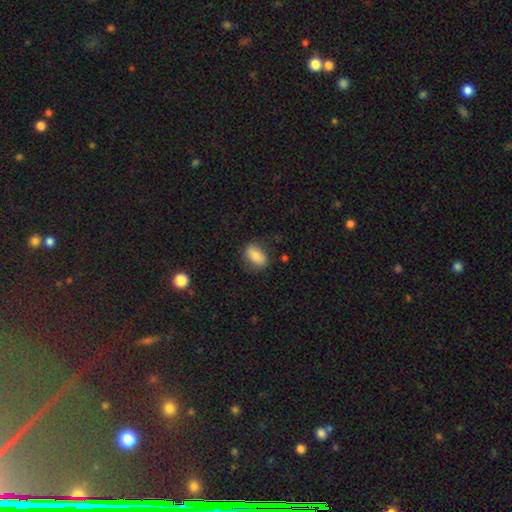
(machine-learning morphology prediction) A smooth galaxy with no disk features (76%) that is in between round and cigar-shaped (85%). Merging: none (77%).